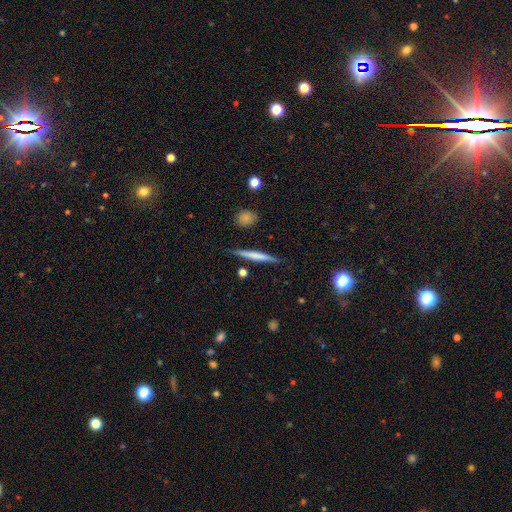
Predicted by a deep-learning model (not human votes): Morphology: type=smooth (55%); roundness=cigar-shaped (95%); merging=none (86%).